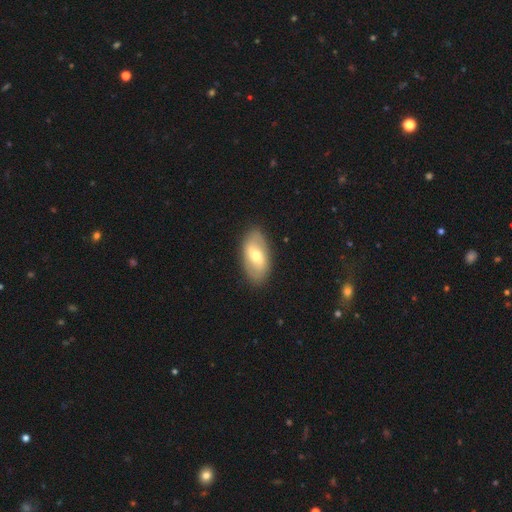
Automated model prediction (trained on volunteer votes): smooth-or-featured: smooth: 48% | featured or disk: 46% | star or artifact: 6%
  merging: none: 86% | minor disturbance: 10% | major disturbance: 3% | merger: 1%